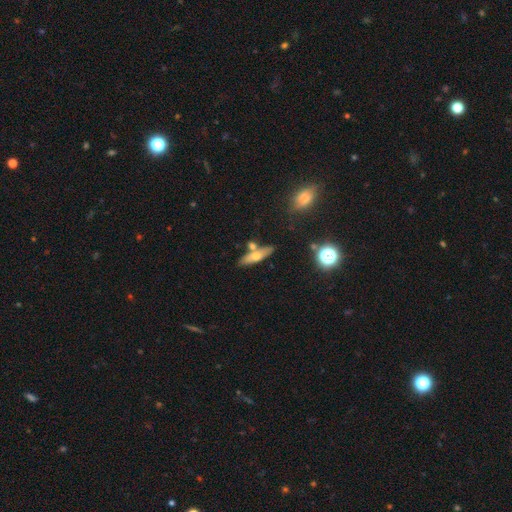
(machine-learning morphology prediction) Smooth or featured? Predicted: smooth (p=0.51). How rounded? Predicted: cigar-shaped (p=0.62). Merging? Predicted: none (p=0.68).